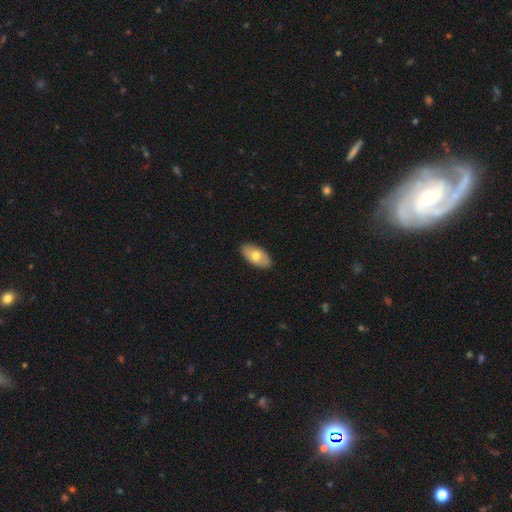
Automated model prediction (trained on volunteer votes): Smooth or featured?
  - smooth: 67% *
  - featured or disk: 27%
  - star or artifact: 6%
How rounded?
  - in between: 94% *
  - round: 3%
  - cigar-shaped: 3%
Merging?
  - none: 88% *
  - minor disturbance: 9%
  - major disturbance: 2%
  - merger: 1%